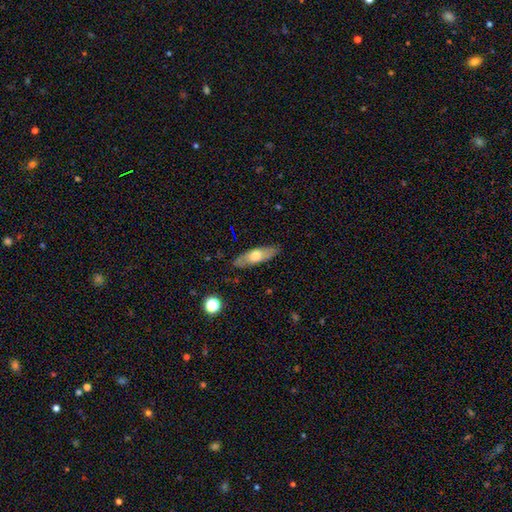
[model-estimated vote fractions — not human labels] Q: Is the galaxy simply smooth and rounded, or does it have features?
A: smooth — 58%.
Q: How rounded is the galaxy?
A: in between — 55%.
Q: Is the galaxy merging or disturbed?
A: none — 85%.